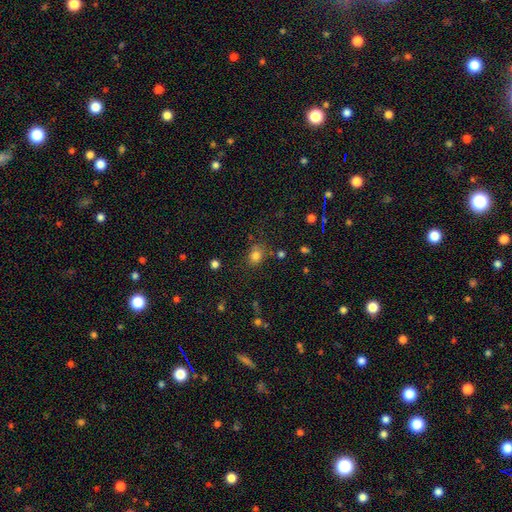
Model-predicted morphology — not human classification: Smooth or featured?
  - smooth: 79% *
  - star or artifact: 14%
  - featured or disk: 7%
How rounded?
  - round: 58% *
  - in between: 41%
  - cigar-shaped: 1%
Merging?
  - none: 72% *
  - minor disturbance: 16%
  - merger: 6%
  - major disturbance: 6%